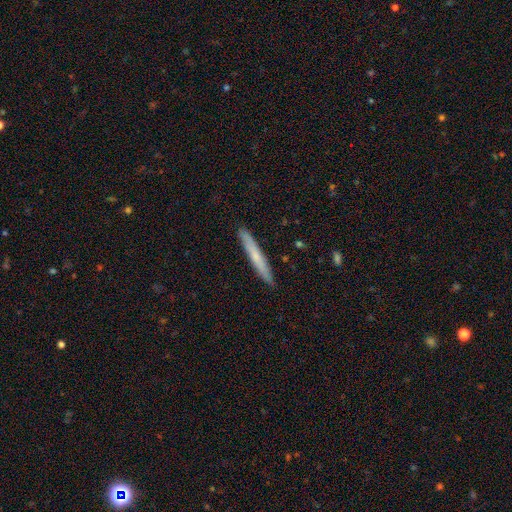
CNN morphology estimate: Overall: smooth (61%; featured or disk 34%). How rounded: cigar-shaped (96%). Merging: none (90%).